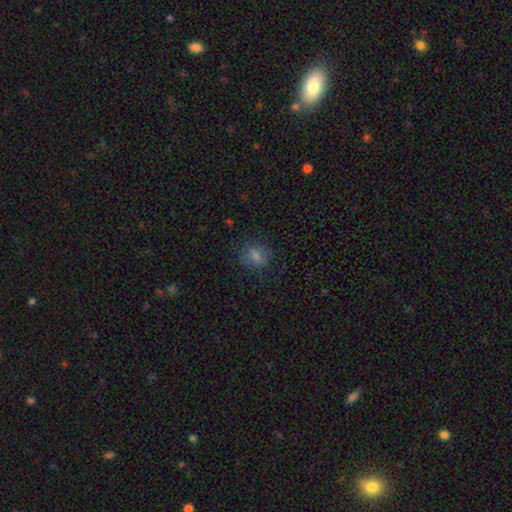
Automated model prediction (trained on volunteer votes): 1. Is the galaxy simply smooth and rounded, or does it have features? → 65% smooth, 20% star or artifact, 15% featured or disk.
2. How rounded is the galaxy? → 51% round, 45% in between, 3% cigar-shaped.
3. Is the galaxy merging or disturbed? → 81% none, 13% minor disturbance, 4% major disturbance, 2% merger.